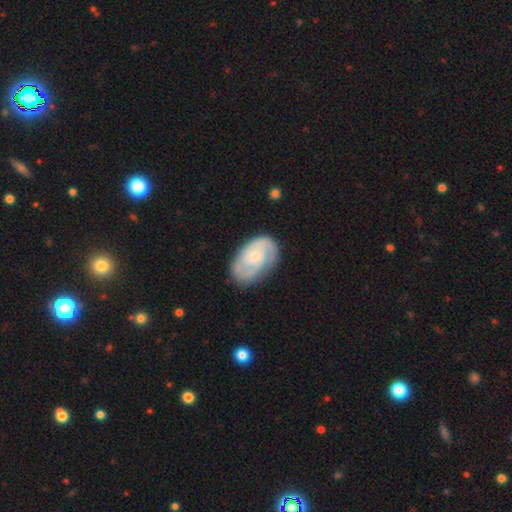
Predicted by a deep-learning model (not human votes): Smooth or featured? featured or disk (79%)
Edge-on disk? no (97%)
Bar? no (65%)
Spiral arms? yes (95%)
Spiral winding? tight (50%)
Spiral arm count? 2 (68%)
Bulge size? small (61%)
Merging? none (77%)